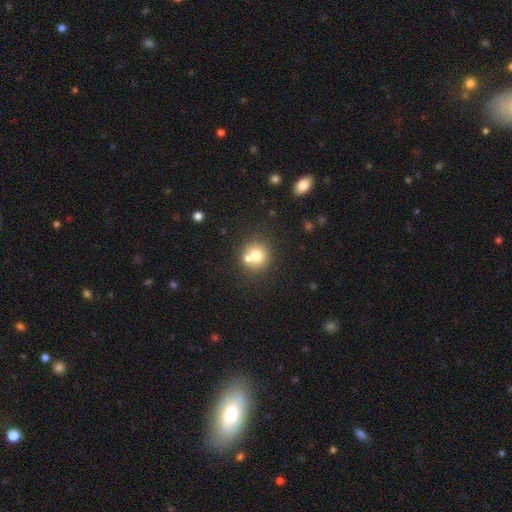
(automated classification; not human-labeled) smooth-or-featured: smooth: 72% | featured or disk: 17% | star or artifact: 11%
  how-rounded: round: 89% | in between: 11% | cigar-shaped: 1%
  merging: none: 56% | merger: 33% | minor disturbance: 8% | major disturbance: 3%